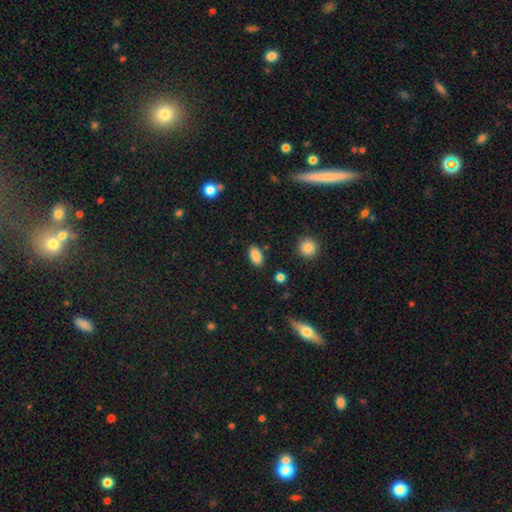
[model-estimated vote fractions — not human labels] Smooth or featured? Predicted: smooth (p=0.87). How rounded? Predicted: in between (p=0.92). Merging? Predicted: none (p=0.86).